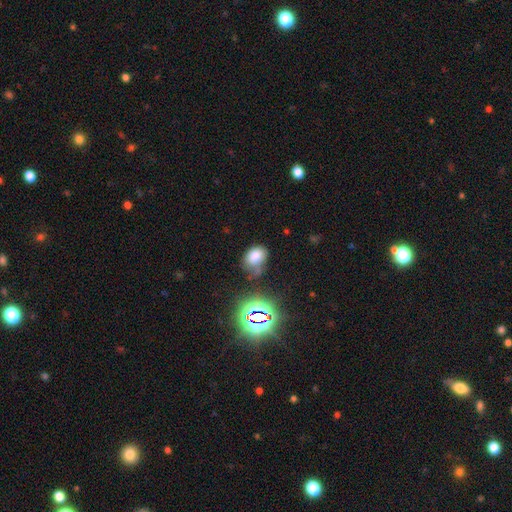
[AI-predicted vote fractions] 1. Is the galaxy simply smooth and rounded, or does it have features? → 72% smooth, 18% star or artifact, 10% featured or disk.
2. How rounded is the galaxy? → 72% in between, 27% round, 1% cigar-shaped.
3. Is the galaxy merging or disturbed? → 48% none, 27% minor disturbance, 14% merger, 11% major disturbance.